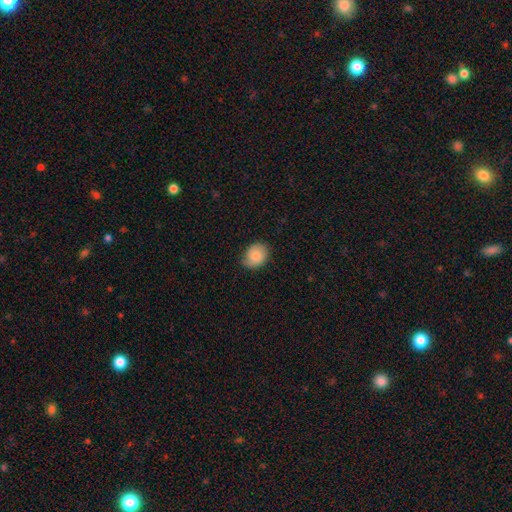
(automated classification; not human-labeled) A smooth galaxy with no disk features (81%) that is in between round and cigar-shaped (52%). Merging: none (74%).